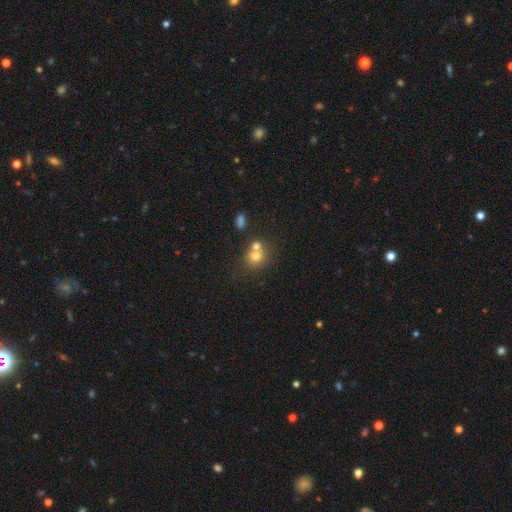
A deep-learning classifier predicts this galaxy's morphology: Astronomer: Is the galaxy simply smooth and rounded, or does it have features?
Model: smooth — 72%.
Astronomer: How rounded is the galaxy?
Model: round — 80%.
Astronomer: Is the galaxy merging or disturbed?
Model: merger — 45% (runner-up: none, 44%).